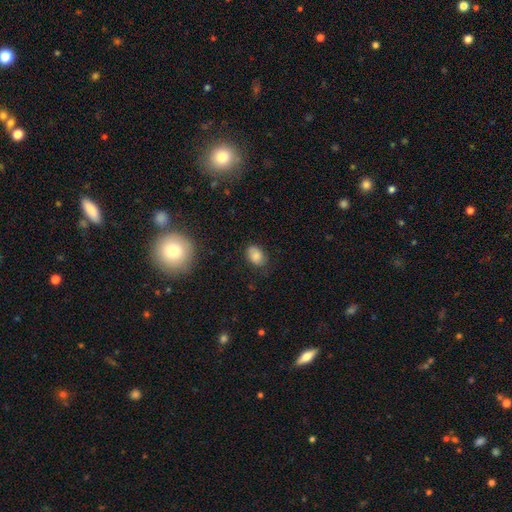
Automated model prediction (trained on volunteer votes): smooth_or_featured: smooth (p=0.83) [alt: star or artifact p=0.10]
how_rounded: in between (p=0.79) [alt: round p=0.19]
merging: none (p=0.73) [alt: minor disturbance p=0.21]